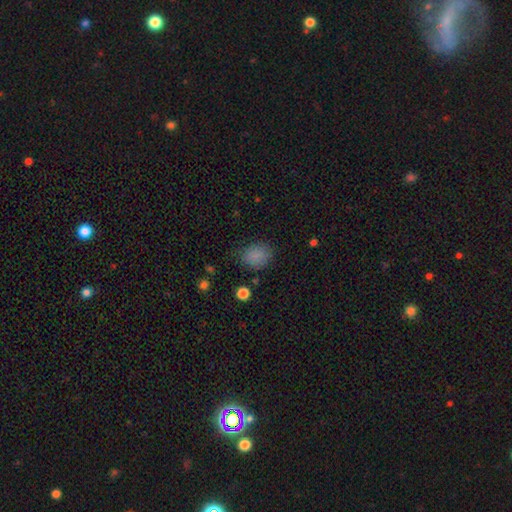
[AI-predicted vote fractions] A smooth galaxy with no disk features (83%) that is round (50%).

Vote fractions:
- Smooth or featured? smooth: 83% / star or artifact: 12% / featured or disk: 5%
- How rounded? round: 50% / in between: 49% / cigar-shaped: 1%
- Merging? none: 77% / minor disturbance: 17% / major disturbance: 5% / merger: 2%